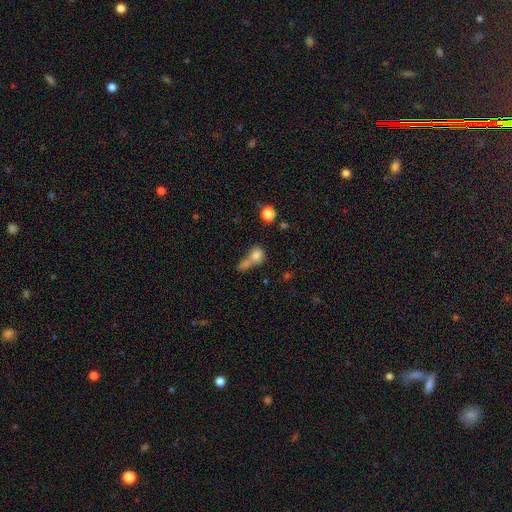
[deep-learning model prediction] smooth_or_featured: smooth (p=0.77) [alt: featured or disk p=0.12]
how_rounded: round (p=0.63) [alt: in between p=0.34]
merging: merger (p=0.59) [alt: none p=0.27]